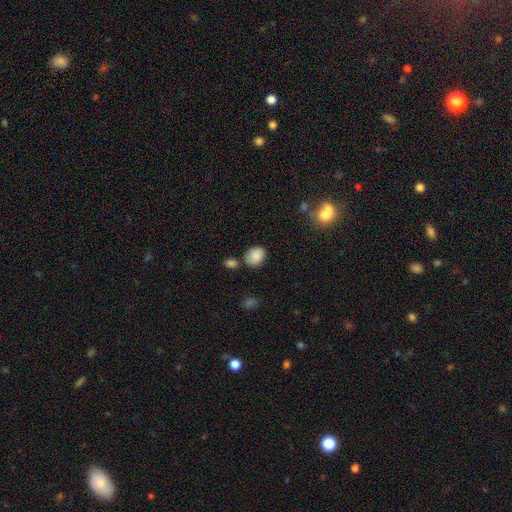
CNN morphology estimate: smooth 87%, star or artifact 8%, featured or disk 5%. Down the decision tree: how rounded — in between (57%); merging — none (68%).